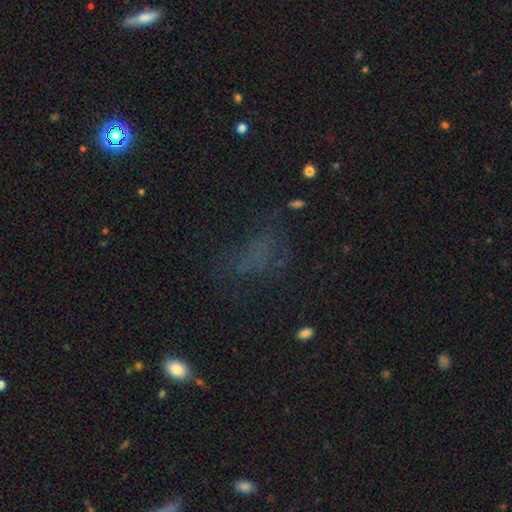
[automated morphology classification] A smooth galaxy with no disk features (42%).

Vote fractions:
- Smooth or featured? smooth: 42% / star or artifact: 36% / featured or disk: 22%
- Merging? none: 49% / major disturbance: 27% / minor disturbance: 20% / merger: 4%